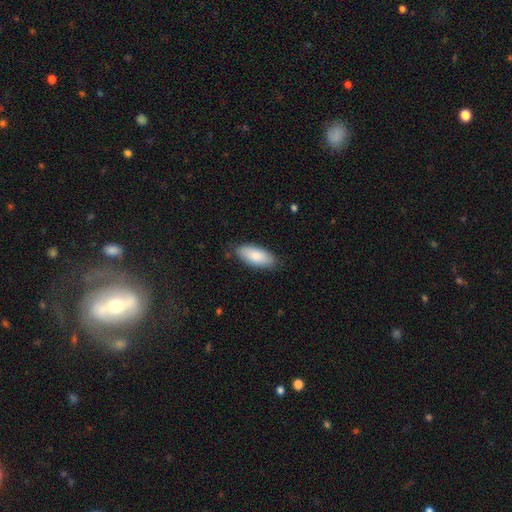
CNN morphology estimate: smooth_or_featured: smooth (p=0.82) [alt: featured or disk p=0.12]
how_rounded: in between (p=0.87) [alt: cigar-shaped p=0.11]
merging: none (p=0.82) [alt: minor disturbance p=0.15]